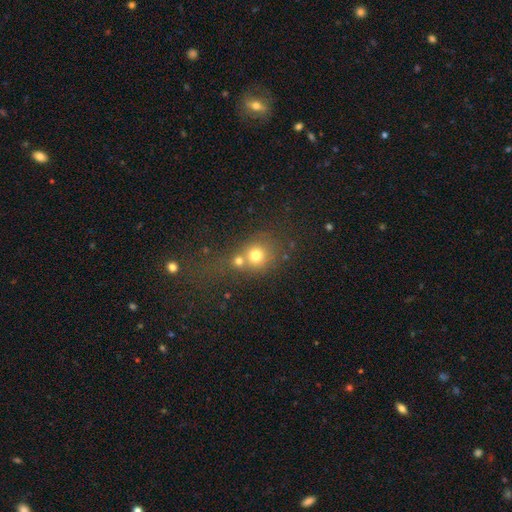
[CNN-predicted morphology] Smooth or featured? smooth (71%)
How rounded? round (83%)
Merging? merger (49%)